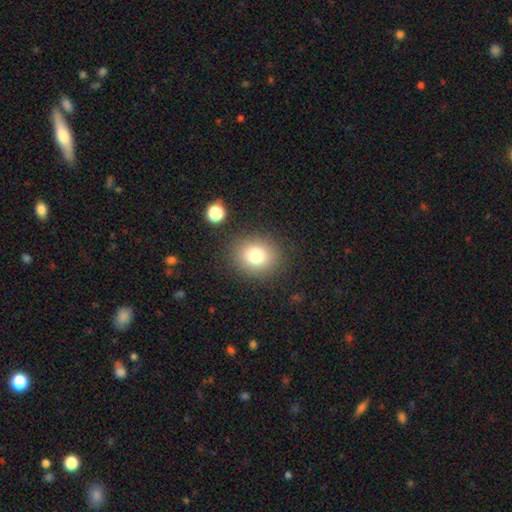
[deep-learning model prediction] Smooth or featured? Predicted: smooth (p=0.78). How rounded? Predicted: round (p=0.76). Merging? Predicted: none (p=0.86).